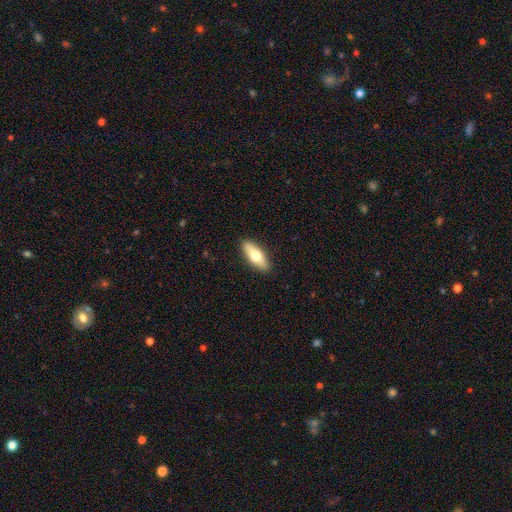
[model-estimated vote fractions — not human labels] The model was most divided on "smooth or featured": smooth: 62%, featured or disk: 32%, star or artifact: 6%. More confident: merging — none (89%); how rounded — in between (71%).